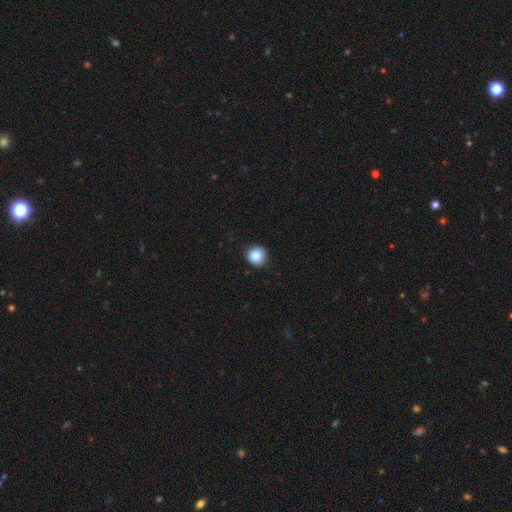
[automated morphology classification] Smooth or featured?
  - smooth: 86% *
  - star or artifact: 9%
  - featured or disk: 5%
How rounded?
  - round: 92% *
  - in between: 7%
  - cigar-shaped: 1%
Merging?
  - none: 85% *
  - minor disturbance: 12%
  - major disturbance: 2%
  - merger: 1%